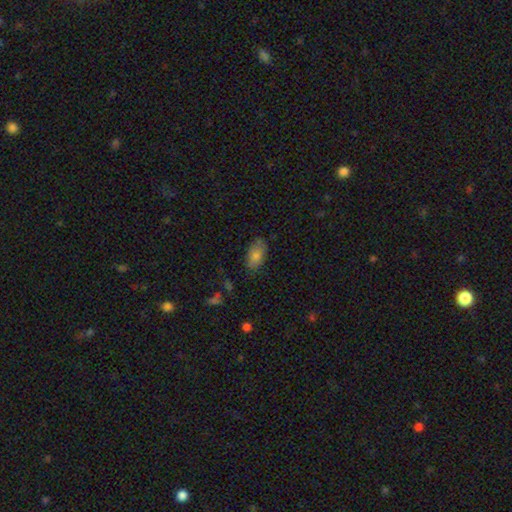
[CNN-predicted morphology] Smooth or featured? smooth (80%)
How rounded? in between (92%)
Merging? none (78%)